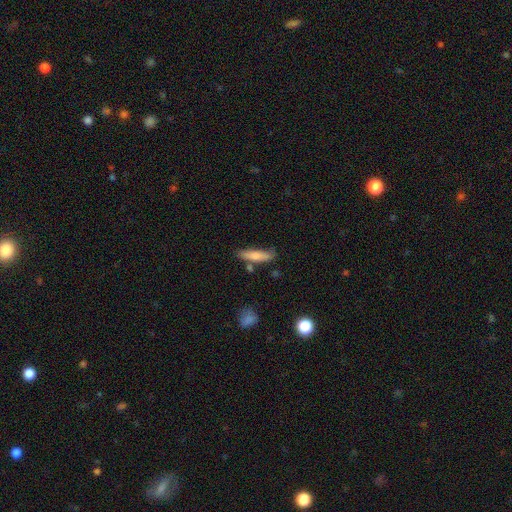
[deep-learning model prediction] Morphology: type=smooth (77%); roundness=cigar-shaped (73%); merging=none (69%).